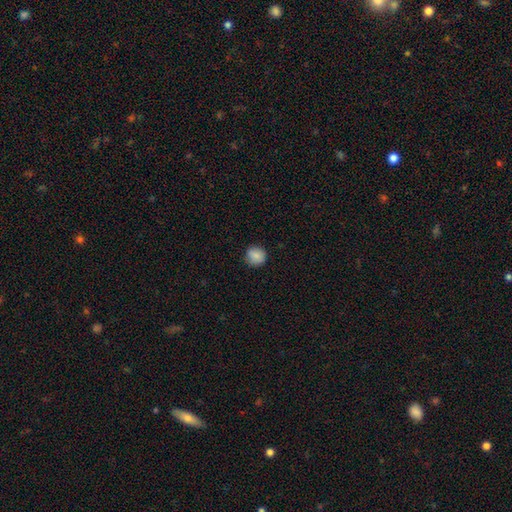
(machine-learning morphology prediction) smooth 86%, star or artifact 8%, featured or disk 5%. Down the decision tree: how rounded — round (91%); merging — none (87%).